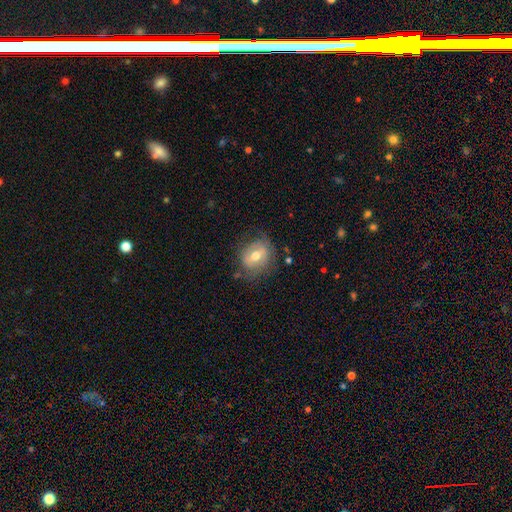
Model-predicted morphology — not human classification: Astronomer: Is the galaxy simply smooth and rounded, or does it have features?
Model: smooth — 52% (runner-up: featured or disk, 40%).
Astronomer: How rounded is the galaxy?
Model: round — 57% (runner-up: in between, 42%).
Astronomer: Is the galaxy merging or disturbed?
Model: none — 67%.